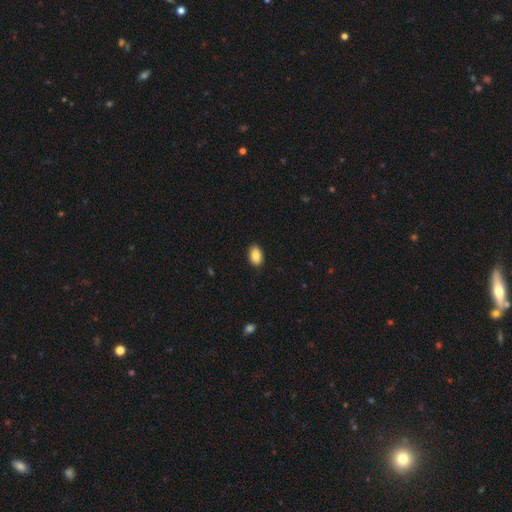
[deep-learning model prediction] Smooth or featured: smooth — 87% (star or artifact — 7%)
How rounded: in between — 90% (round — 9%)
Merging: none — 90% (minor disturbance — 8%)